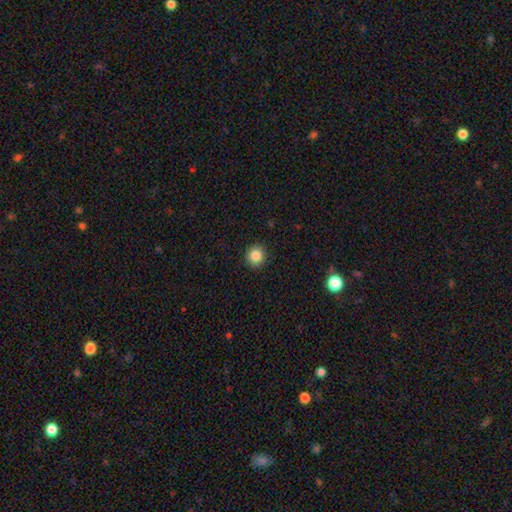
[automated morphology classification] Q: Smooth or featured?
A: smooth (85%); runner-up: star or artifact (10%)
Q: How rounded?
A: round (90%); runner-up: in between (9%)
Q: Merging?
A: none (92%); runner-up: minor disturbance (6%)